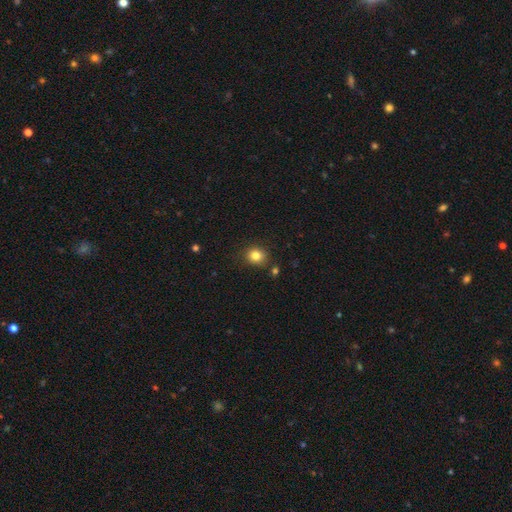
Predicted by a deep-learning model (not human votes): smooth 83%, star or artifact 11%, featured or disk 6%. Down the decision tree: how rounded — round (76%); merging — none (84%).